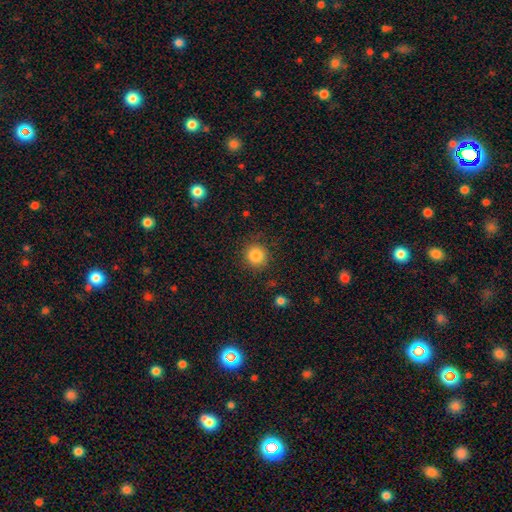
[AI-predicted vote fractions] smooth 84%, star or artifact 11%, featured or disk 5%. Down the decision tree: how rounded — round (92%); merging — none (87%).